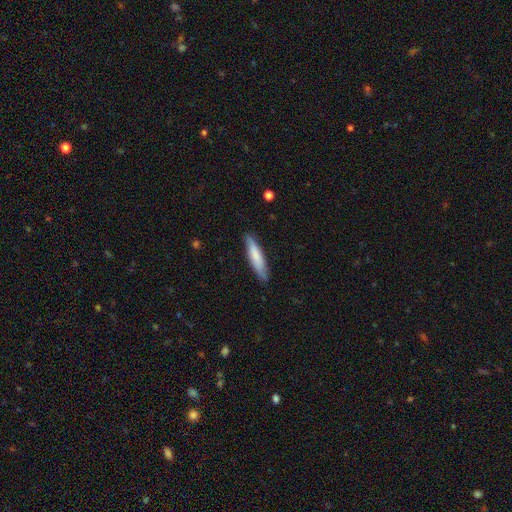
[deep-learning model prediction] Morphology: type=smooth (72%); roundness=cigar-shaped (84%); merging=none (84%).